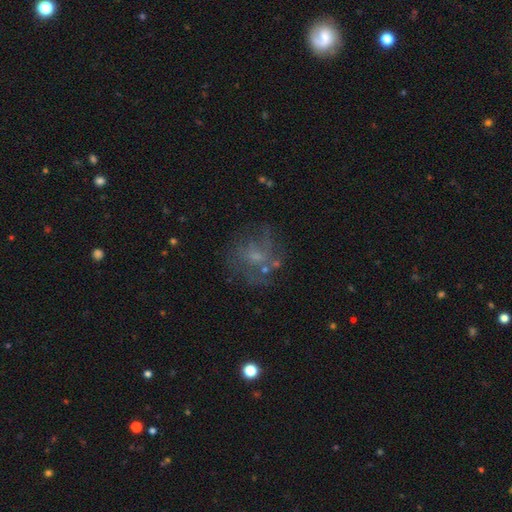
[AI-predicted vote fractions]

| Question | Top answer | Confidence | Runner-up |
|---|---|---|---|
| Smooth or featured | featured or disk | 52% | smooth (31%) |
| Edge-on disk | no | 97% | yes (3%) |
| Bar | no | 73% | weak (23%) |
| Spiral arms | yes | 51% | no (49%) |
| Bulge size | small | 46% | moderate (26%) |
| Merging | none | 58% | major disturbance (19%) |